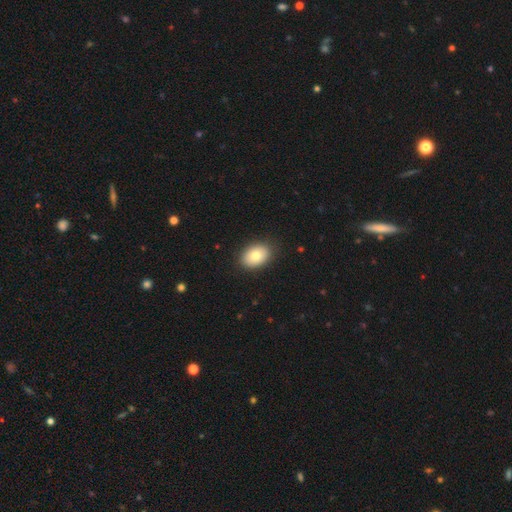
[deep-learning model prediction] A smooth galaxy with no disk features (80%) that is in between round and cigar-shaped (80%). Merging: none (87%).